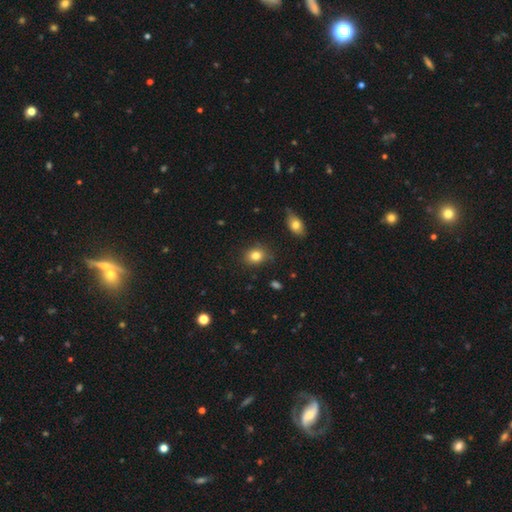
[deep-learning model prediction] This appears to be a smooth galaxy with no disk features (83%) that is round (57%). Merging: none (83%).